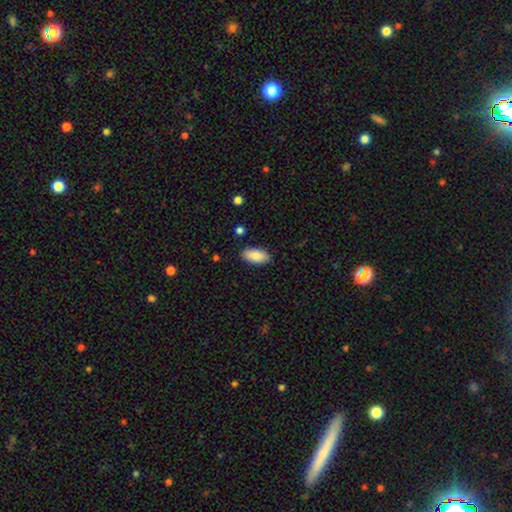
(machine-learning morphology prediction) This appears to be a smooth galaxy with no disk features (88%) that is in between round and cigar-shaped (92%). Merging: none (87%).